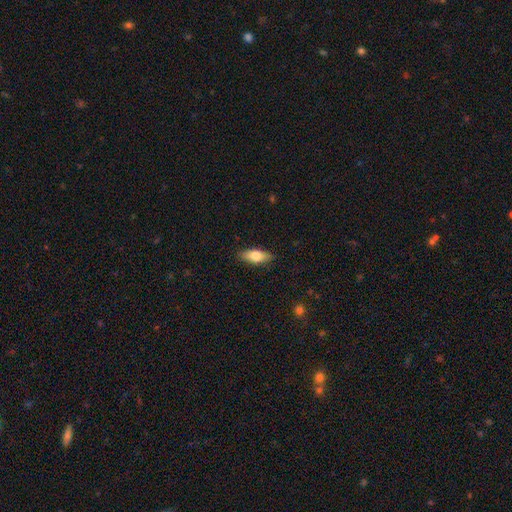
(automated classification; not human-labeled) This is likely a smooth galaxy (73%). How rounded: likely in between (76%). Merging: clearly none (86%).